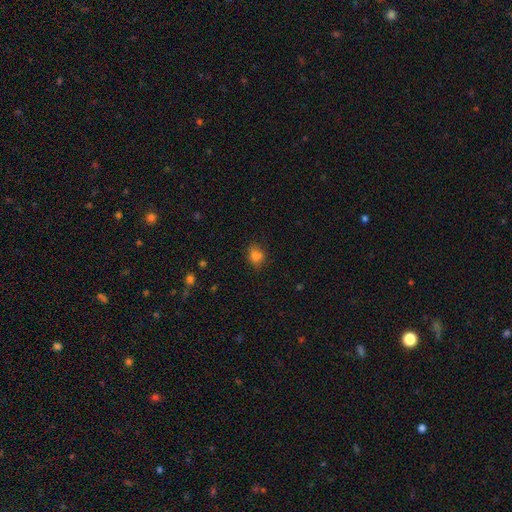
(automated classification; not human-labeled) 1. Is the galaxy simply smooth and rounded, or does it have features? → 76% smooth, 14% star or artifact, 10% featured or disk.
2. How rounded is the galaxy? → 53% in between, 45% round, 2% cigar-shaped.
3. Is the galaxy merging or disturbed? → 63% none, 23% minor disturbance, 8% major disturbance, 5% merger.